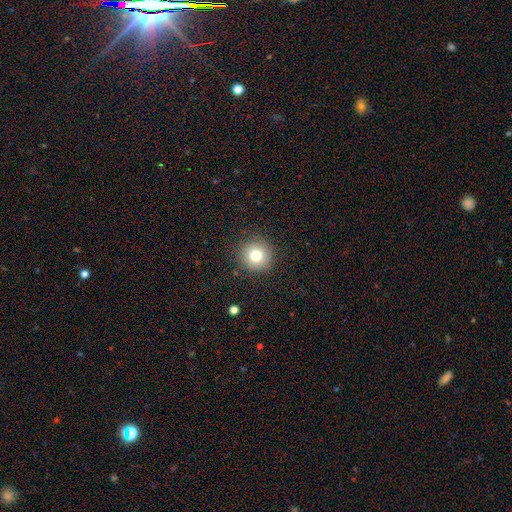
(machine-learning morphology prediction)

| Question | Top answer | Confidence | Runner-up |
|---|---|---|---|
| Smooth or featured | smooth | 77% | star or artifact (12%) |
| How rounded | round | 95% | in between (4%) |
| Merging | none | 90% | minor disturbance (6%) |